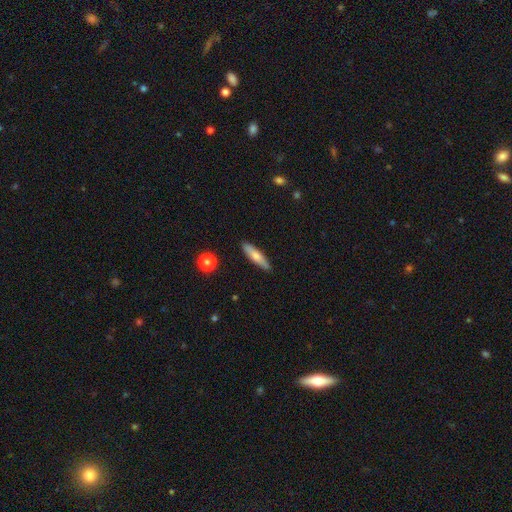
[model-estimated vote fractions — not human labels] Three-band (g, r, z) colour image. It shows a smooth galaxy with no disk features (69%) that is cigar-shaped (77%). Merging: none (88%).